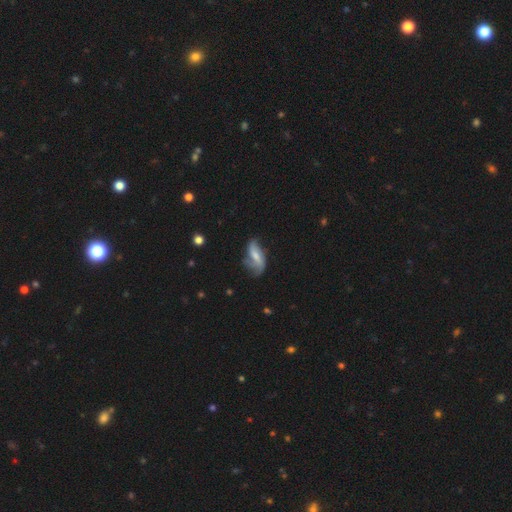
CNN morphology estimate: smooth-or-featured: featured or disk: 56% | smooth: 36% | star or artifact: 8%
  disk-edge-on: no: 89% | yes: 11%
  merging: none: 42% | minor disturbance: 30% | major disturbance: 23% | merger: 4%